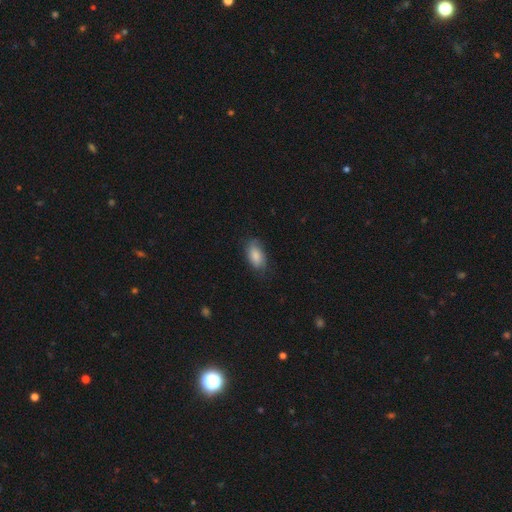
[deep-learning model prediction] Smooth or featured: smooth — 84% (featured or disk — 10%)
How rounded: in between — 92% (round — 5%)
Merging: none — 74% (minor disturbance — 20%)